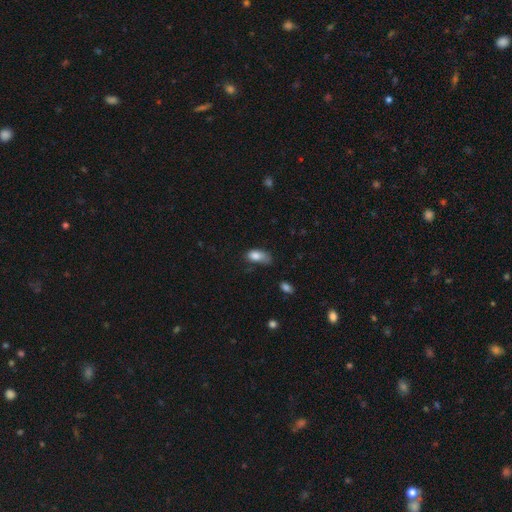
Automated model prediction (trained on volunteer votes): Morphology: type=smooth (81%); roundness=in between (89%); merging=minor disturbance (40%).